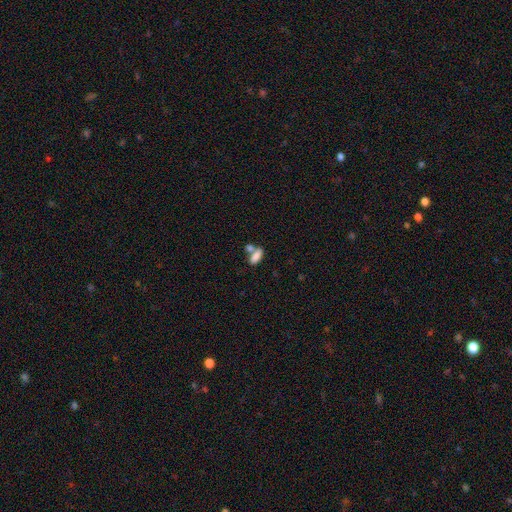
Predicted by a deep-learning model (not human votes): Overall: smooth (81%). How rounded: in between (81%). Merging: merger (51%; none 36%).